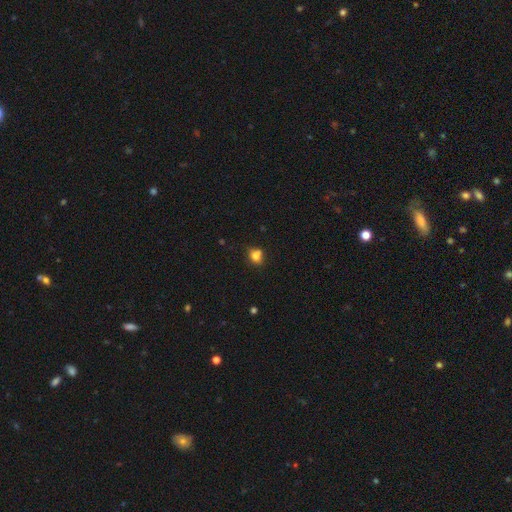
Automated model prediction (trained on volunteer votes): smooth 78%, star or artifact 12%, featured or disk 9%. Down the decision tree: how rounded — round (66%); merging — none (56%).